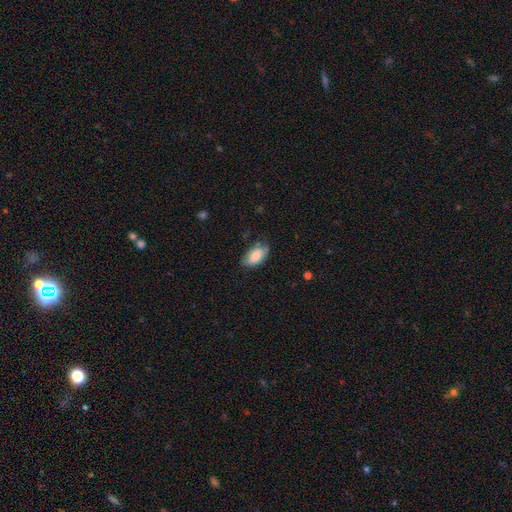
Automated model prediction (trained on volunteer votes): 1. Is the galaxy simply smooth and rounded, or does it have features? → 78% smooth, 15% featured or disk, 7% star or artifact.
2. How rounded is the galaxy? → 93% in between, 4% cigar-shaped, 3% round.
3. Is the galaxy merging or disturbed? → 59% none, 31% minor disturbance, 8% major disturbance, 2% merger.